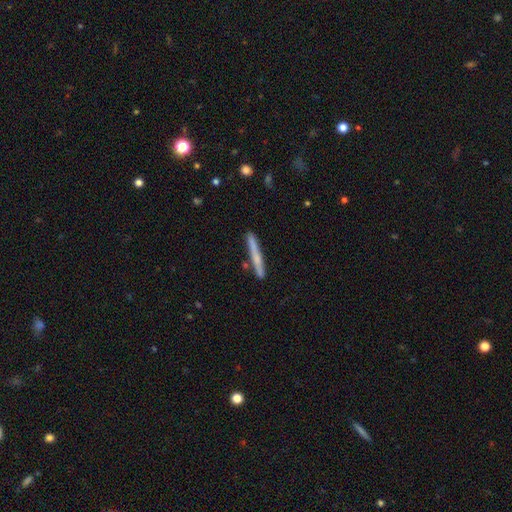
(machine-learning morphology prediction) type=smooth (51%); roundness=cigar-shaped (96%); merging=none (87%).